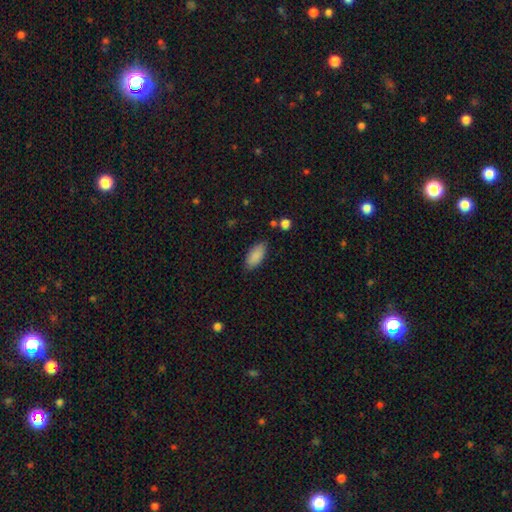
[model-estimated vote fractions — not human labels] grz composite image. It shows a smooth galaxy with no disk features (88%) that is in between round and cigar-shaped (88%). Merging: none (82%).